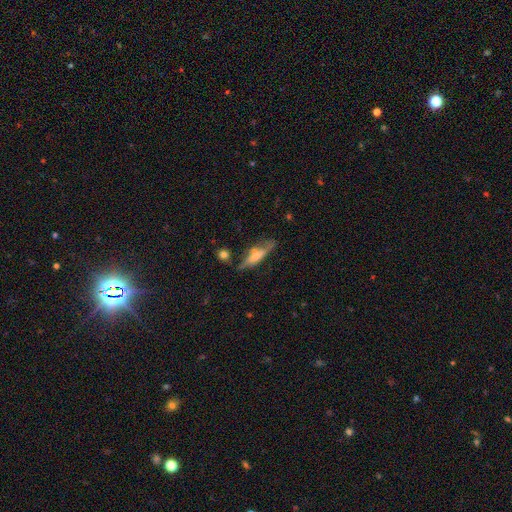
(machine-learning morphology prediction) A smooth galaxy with no disk features (49%). Merging: none (52%).